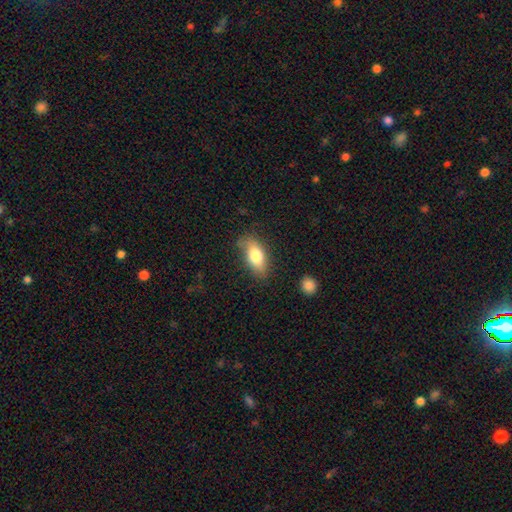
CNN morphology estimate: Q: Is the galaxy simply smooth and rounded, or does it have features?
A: smooth — 76%.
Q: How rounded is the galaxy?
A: in between — 84%.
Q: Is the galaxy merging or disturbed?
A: none — 73%.